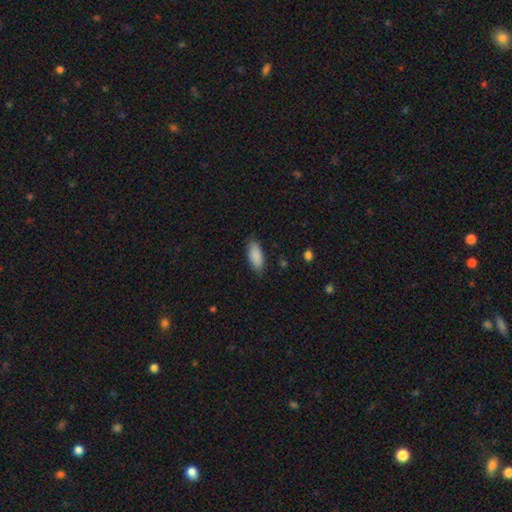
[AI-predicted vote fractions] smooth-or-featured: smooth: 89% | star or artifact: 6% | featured or disk: 5%
  how-rounded: in between: 86% | cigar-shaped: 12% | round: 2%
  merging: none: 82% | minor disturbance: 14% | major disturbance: 3% | merger: 1%